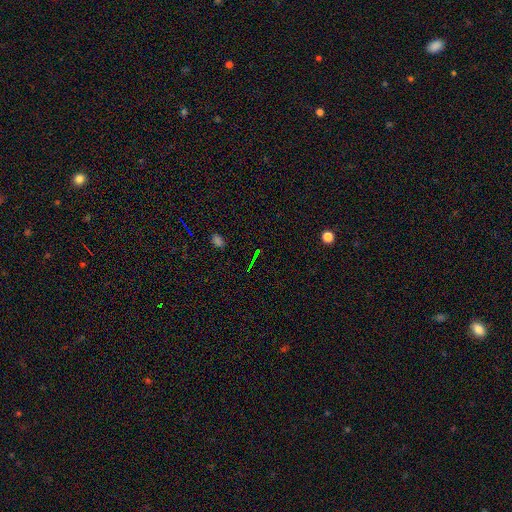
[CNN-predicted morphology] Overall: star or artifact (71%).